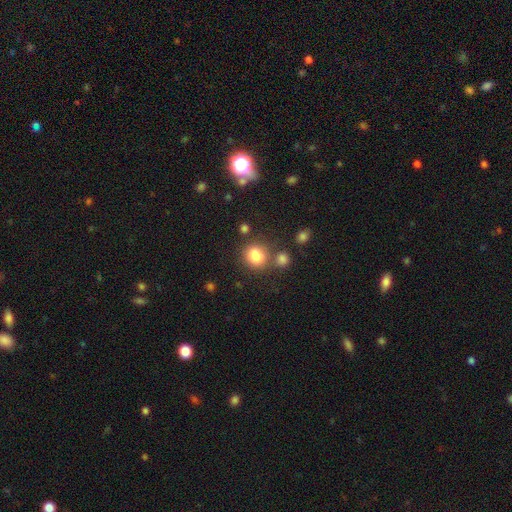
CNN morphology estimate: smooth_or_featured: smooth (p=0.83) [alt: star or artifact p=0.11]
how_rounded: round (p=0.63) [alt: in between p=0.36]
merging: none (p=0.64) [alt: merger p=0.18]